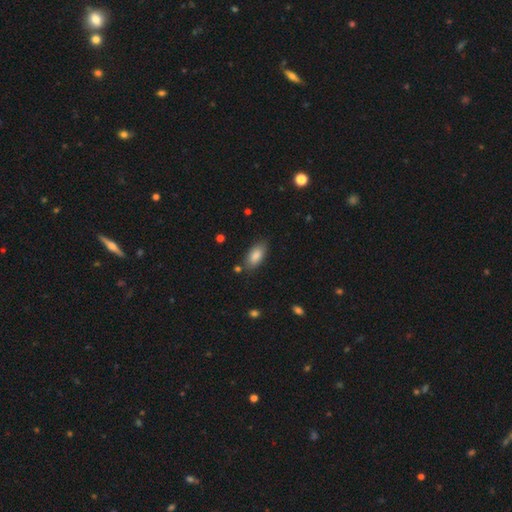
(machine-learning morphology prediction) smooth-or-featured: smooth: 86% | featured or disk: 7% | star or artifact: 7%
  how-rounded: in between: 88% | cigar-shaped: 10% | round: 2%
  merging: none: 80% | minor disturbance: 14% | merger: 3% | major disturbance: 3%